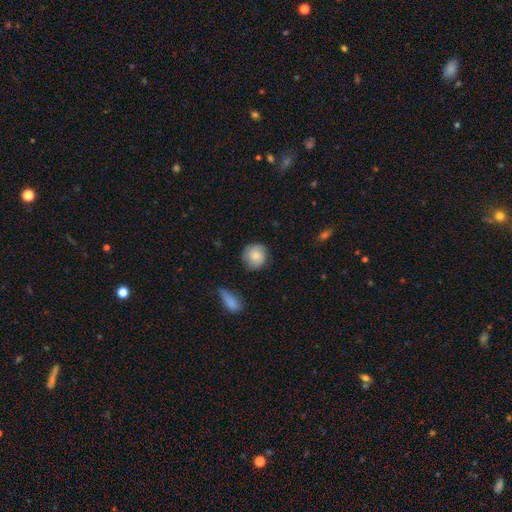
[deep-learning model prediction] smooth_or_featured: smooth (p=0.81) [alt: featured or disk p=0.12]
how_rounded: round (p=0.90) [alt: in between p=0.09]
merging: none (p=0.79) [alt: minor disturbance p=0.15]